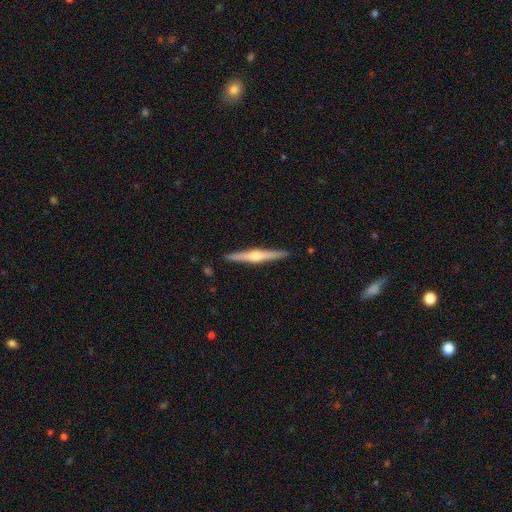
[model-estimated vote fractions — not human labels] Smooth or featured? featured or disk (78%)
Edge-on disk? yes (98%)
Edge-on bulge? rounded (93%)
Merging? none (92%)